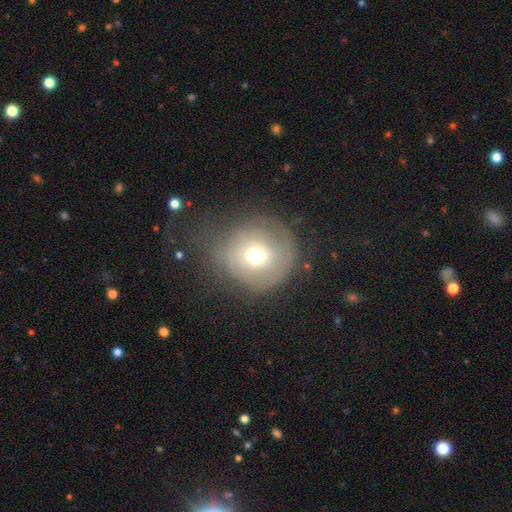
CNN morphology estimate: A smooth galaxy with no disk features (56%) that is round (89%). Merging: none (48%).